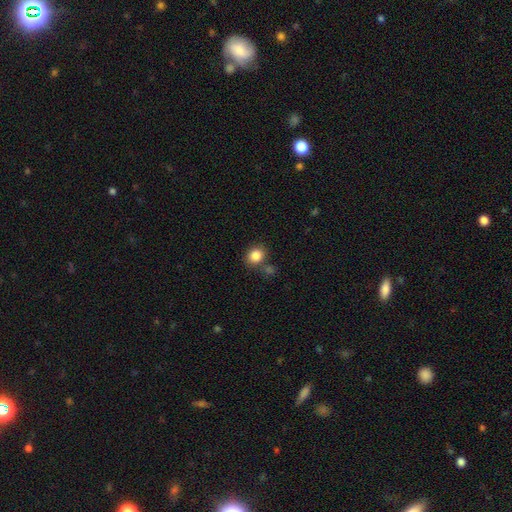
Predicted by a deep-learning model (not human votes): smooth-or-featured: smooth: 86% | star or artifact: 10% | featured or disk: 5%
  how-rounded: round: 69% | in between: 30% | cigar-shaped: 1%
  merging: none: 71% | merger: 13% | minor disturbance: 12% | major disturbance: 4%